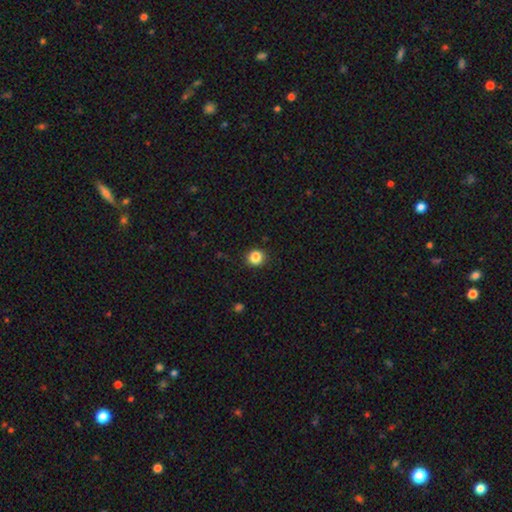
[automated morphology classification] Smooth or featured? Predicted: smooth (p=0.84). How rounded? Predicted: round (p=0.88). Merging? Predicted: none (p=0.91).